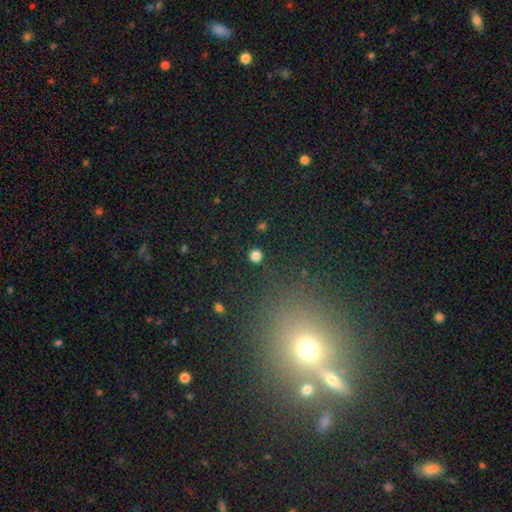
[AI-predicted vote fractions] Smooth or featured? Predicted: smooth (p=0.83). How rounded? Predicted: round (p=0.94). Merging? Predicted: none (p=0.91).